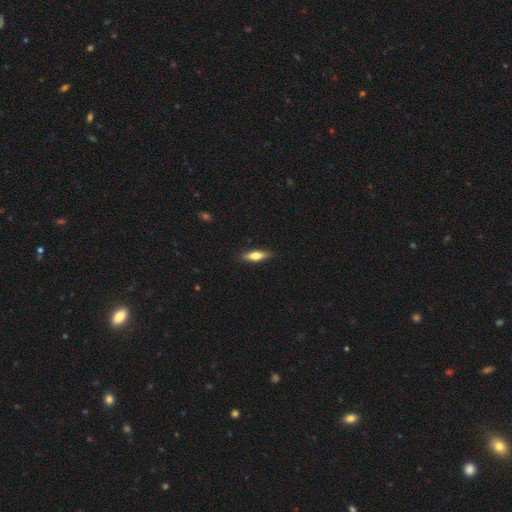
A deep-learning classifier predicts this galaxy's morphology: smooth_or_featured: smooth (p=0.62) [alt: featured or disk p=0.32]
how_rounded: cigar-shaped (p=0.54) [alt: in between p=0.43]
merging: none (p=0.88) [alt: minor disturbance p=0.09]